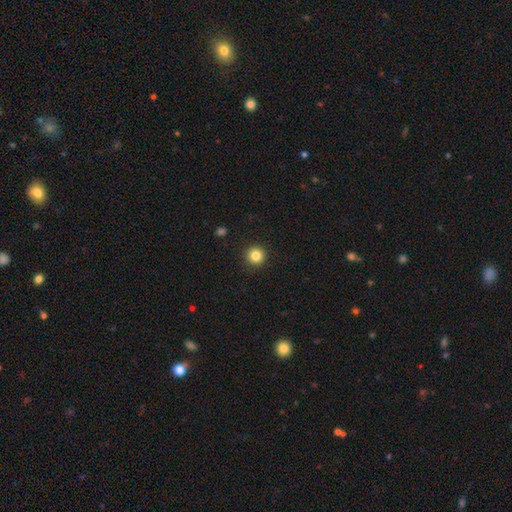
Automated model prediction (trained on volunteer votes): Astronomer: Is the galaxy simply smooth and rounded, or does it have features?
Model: smooth — 84%.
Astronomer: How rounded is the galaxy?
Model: round — 96%.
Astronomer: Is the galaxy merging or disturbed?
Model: none — 92%.